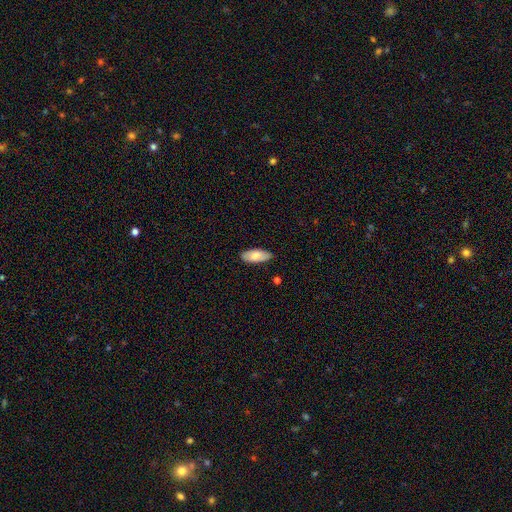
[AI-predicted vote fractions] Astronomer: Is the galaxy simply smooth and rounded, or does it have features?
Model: smooth — 75%.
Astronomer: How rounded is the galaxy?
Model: in between — 86%.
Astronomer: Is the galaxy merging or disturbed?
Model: none — 86%.